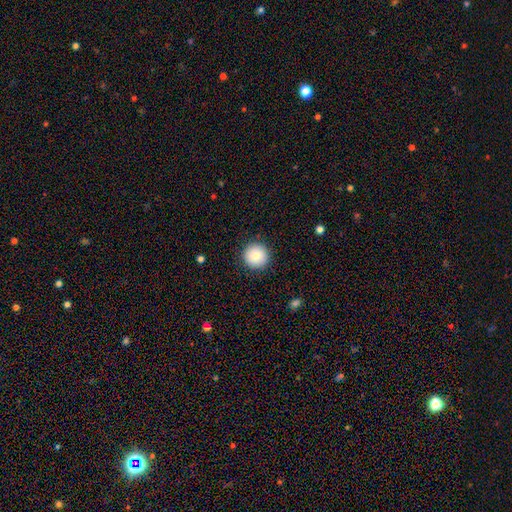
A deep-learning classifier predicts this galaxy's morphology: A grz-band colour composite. It shows a smooth galaxy with no disk features (82%) that is round (96%). Merging: none (91%).